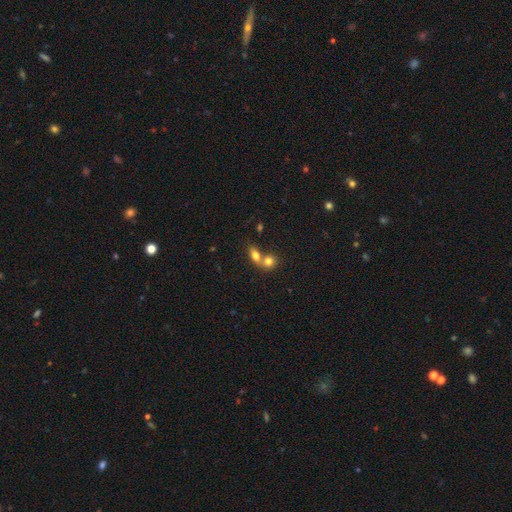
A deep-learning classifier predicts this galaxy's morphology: This is likely a smooth galaxy (77%). How rounded: likely in between (64%). Merging: likely merger (63%).